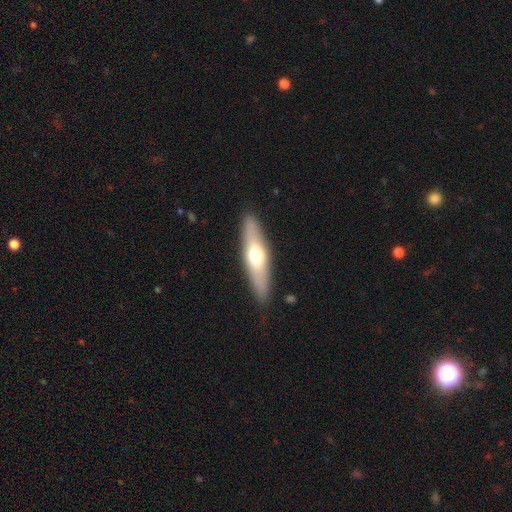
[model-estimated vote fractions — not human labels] A smooth galaxy with no disk features (53%) that is cigar-shaped (66%). Merging: none (88%).